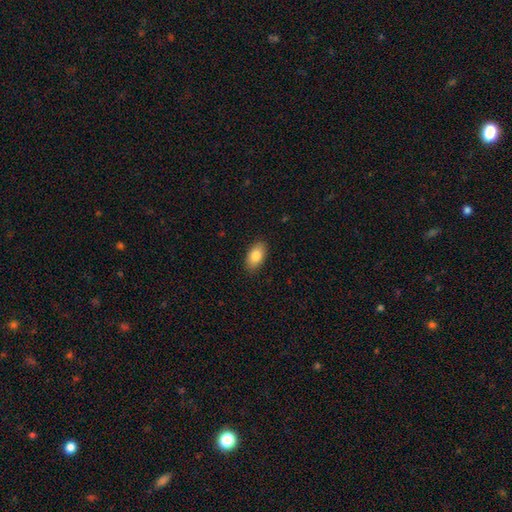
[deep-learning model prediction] Smooth or featured? smooth (85%)
How rounded? in between (93%)
Merging? none (88%)